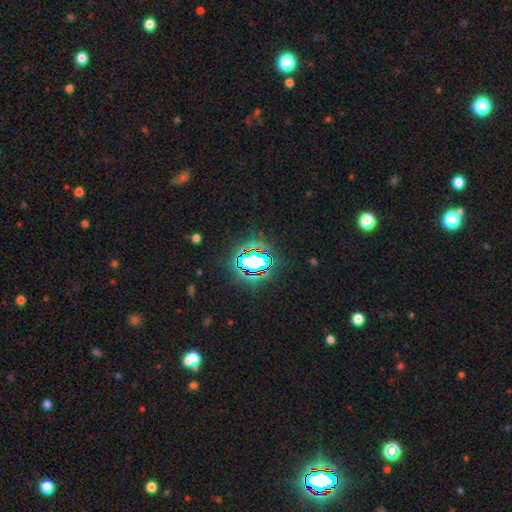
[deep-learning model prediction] Smooth or featured? Predicted: star or artifact (p=0.70).